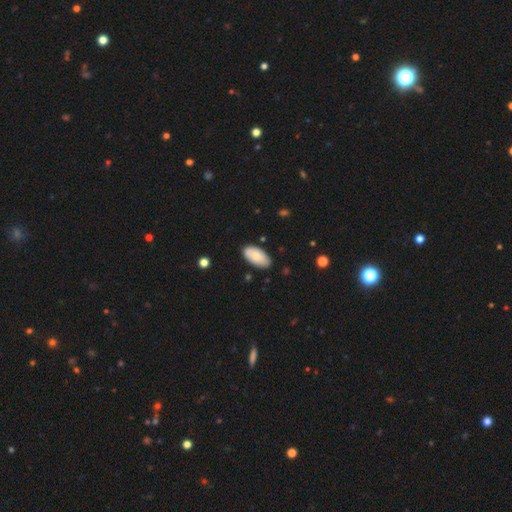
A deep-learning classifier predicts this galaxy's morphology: type=smooth (77%); roundness=in between (95%); merging=none (82%).